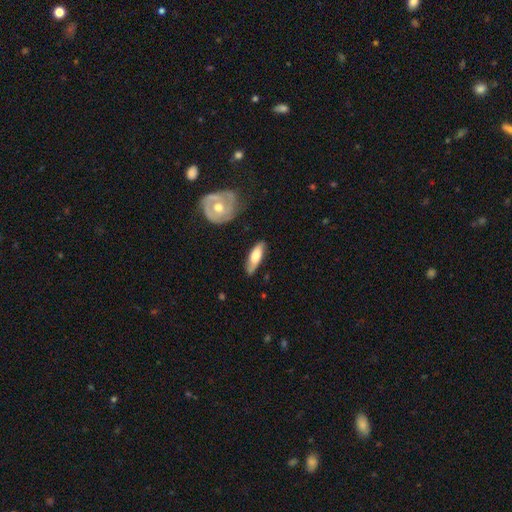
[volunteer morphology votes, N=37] Smooth or featured? smooth (54%)
How rounded? in between (50%, tied with cigar-shaped)
Merging? none (63%)